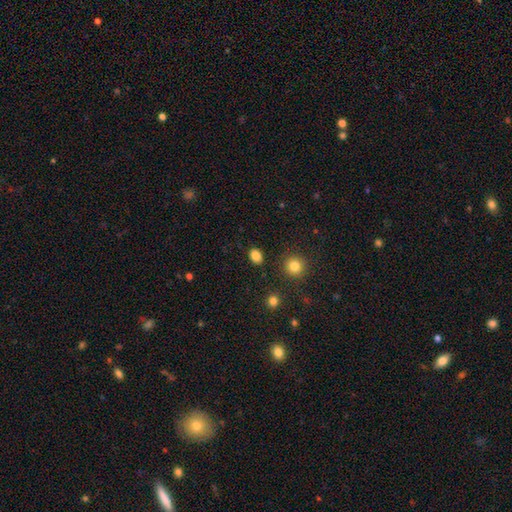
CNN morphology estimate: Overall: smooth (84%). How rounded: in between (61%; round 38%). Merging: none (87%).